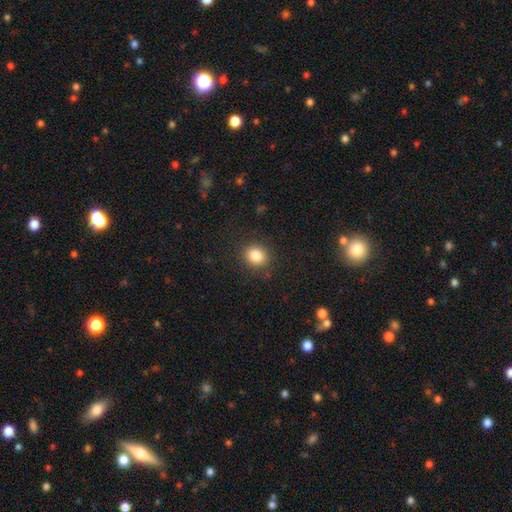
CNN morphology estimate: This is clearly a smooth galaxy (84%). How rounded: likely round (77%). Merging: clearly none (88%).